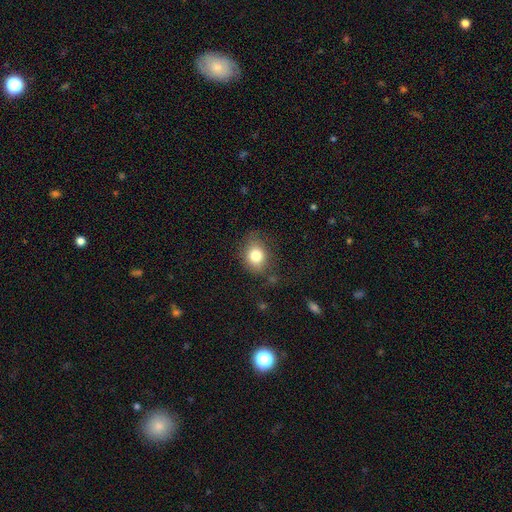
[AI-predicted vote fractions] Smooth or featured? Predicted: smooth (p=0.80). How rounded? Predicted: in between (p=0.50). Merging? Predicted: none (p=0.71).